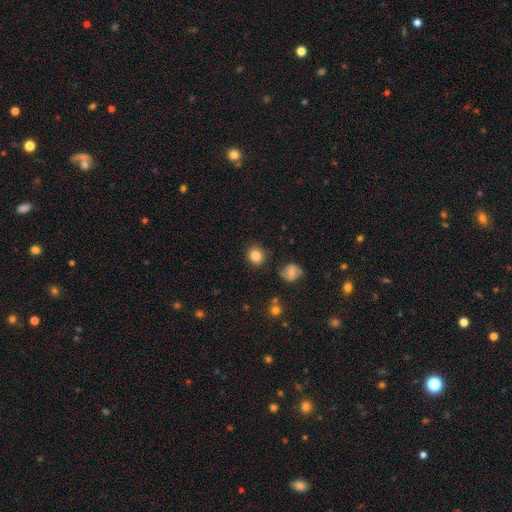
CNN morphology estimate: A smooth galaxy with no disk features (84%) that is round (84%).

Vote fractions:
- Smooth or featured? smooth: 84% / star or artifact: 10% / featured or disk: 6%
- How rounded? round: 84% / in between: 15% / cigar-shaped: 1%
- Merging? none: 86% / minor disturbance: 9% / merger: 3% / major disturbance: 3%